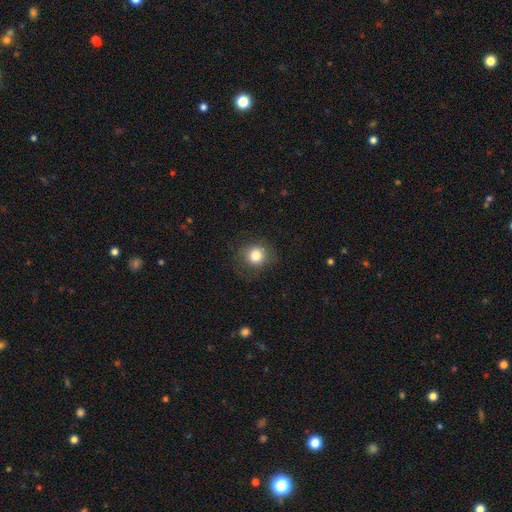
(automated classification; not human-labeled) Q: Smooth or featured?
A: smooth (83%); runner-up: star or artifact (10%)
Q: How rounded?
A: round (88%); runner-up: in between (11%)
Q: Merging?
A: none (83%); runner-up: minor disturbance (11%)